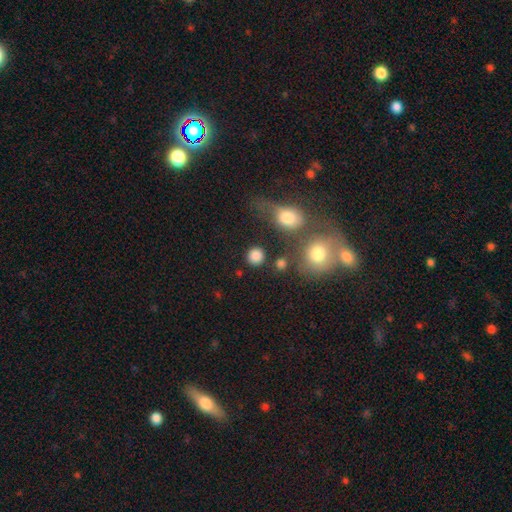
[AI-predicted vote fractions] Smooth or featured: smooth — 84% (star or artifact — 11%)
How rounded: round — 90% (in between — 9%)
Merging: none — 79% (minor disturbance — 8%)